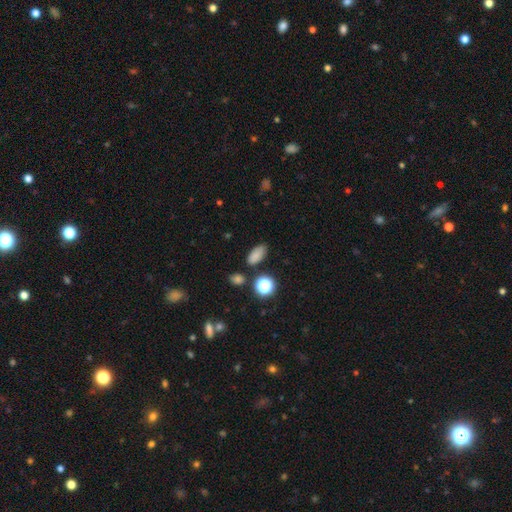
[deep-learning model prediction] A smooth galaxy with no disk features (79%) that is in between round and cigar-shaped (86%). Merging: none (79%).